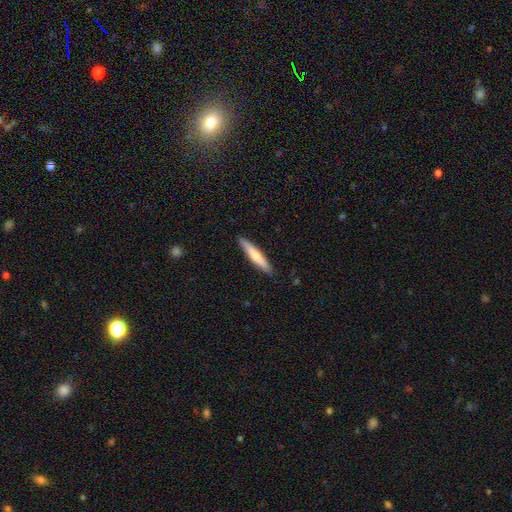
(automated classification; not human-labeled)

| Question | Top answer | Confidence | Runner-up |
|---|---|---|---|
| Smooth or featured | smooth | 63% | featured or disk (32%) |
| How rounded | cigar-shaped | 92% | in between (7%) |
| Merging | none | 90% | minor disturbance (7%) |